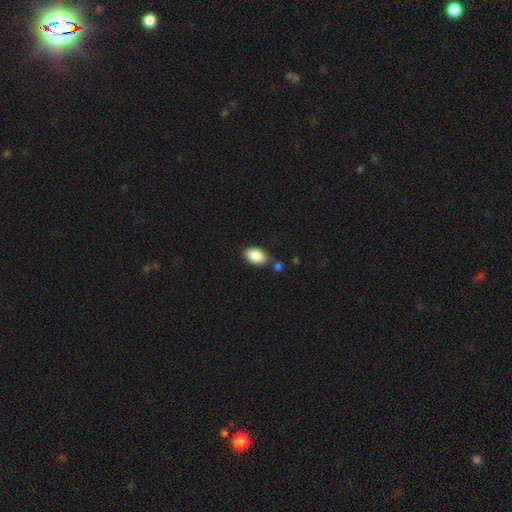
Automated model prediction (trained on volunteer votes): smooth-or-featured: smooth: 88% | star or artifact: 7% | featured or disk: 5%
  how-rounded: in between: 93% | round: 5% | cigar-shaped: 2%
  merging: none: 71% | minor disturbance: 15% | merger: 10% | major disturbance: 4%